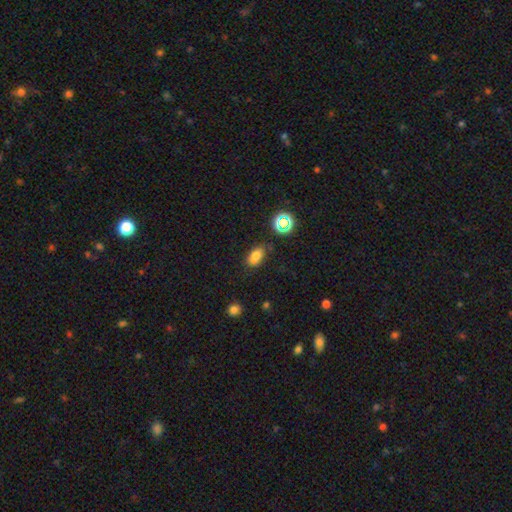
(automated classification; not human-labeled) Overall: smooth (70%). How rounded: in between (83%). Merging: none (64%).